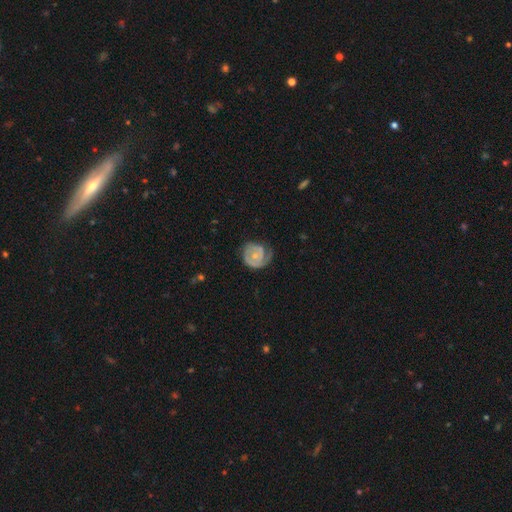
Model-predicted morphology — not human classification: smooth-or-featured: featured or disk: 75% | smooth: 20% | star or artifact: 5%
  disk-edge-on: no: 98% | yes: 2%
    bar: no: 74% | weak: 22% | strong: 4%
    has-spiral-arms: yes: 88% | no: 12%
      spiral-winding: tight: 65% | medium: 26% | loose: 9%
      spiral-arm-count: 2: 43% | 1: 30% | can't tell: 16% | 3: 6% | 4: 2% | more than 4: 2%
    bulge-size: small: 61% | moderate: 33% | none: 3% | large: 1% | dominant: 1%
  merging: none: 57% | minor disturbance: 26% | major disturbance: 15% | merger: 2%